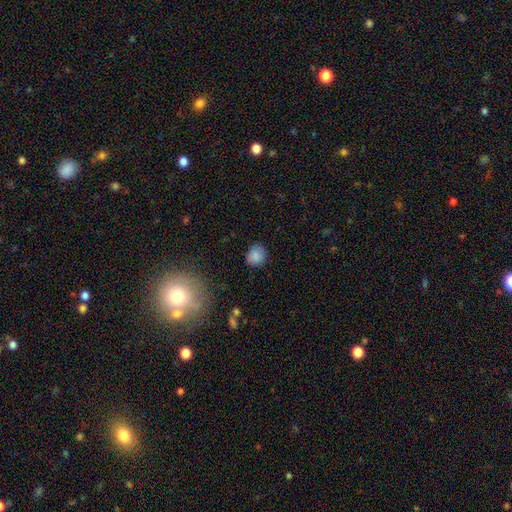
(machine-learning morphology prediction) Smooth or featured: smooth — 85% (star or artifact — 10%)
How rounded: round — 79% (in between — 20%)
Merging: none — 83% (minor disturbance — 12%)